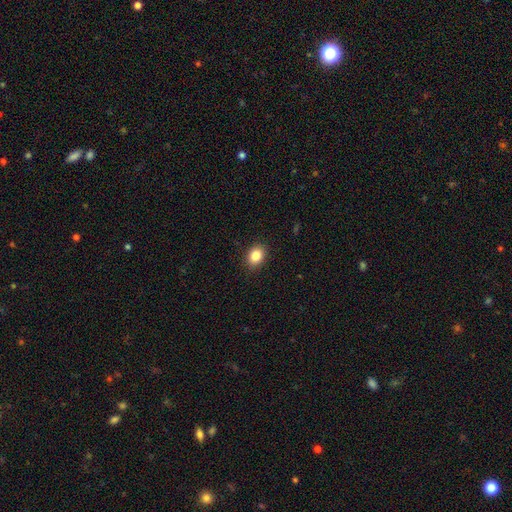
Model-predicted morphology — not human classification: This appears to be a smooth galaxy with no disk features (85%) that is in between round and cigar-shaped (61%). Merging: none (89%).